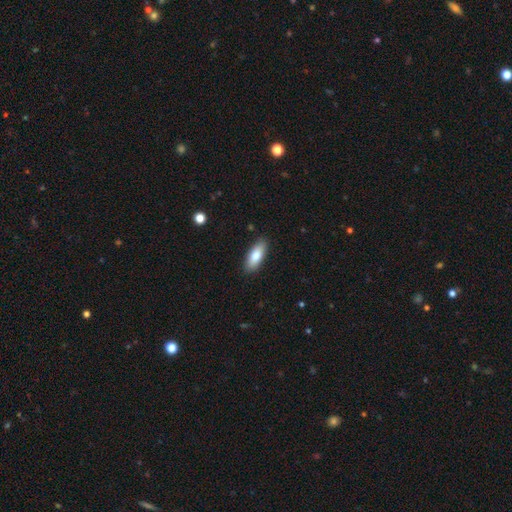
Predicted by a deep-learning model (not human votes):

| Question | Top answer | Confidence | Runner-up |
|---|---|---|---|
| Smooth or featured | smooth | 80% | featured or disk (14%) |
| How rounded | in between | 76% | cigar-shaped (22%) |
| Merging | none | 88% | minor disturbance (9%) |